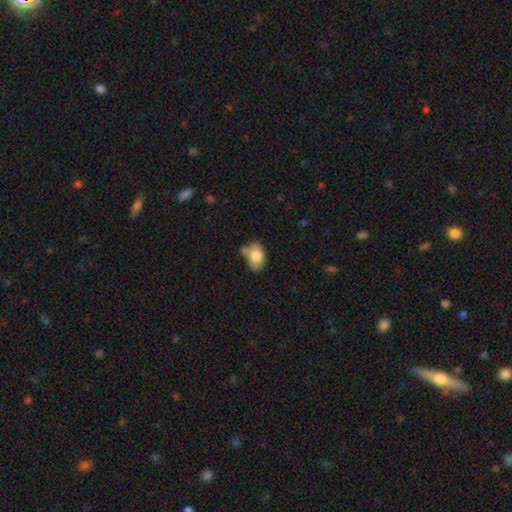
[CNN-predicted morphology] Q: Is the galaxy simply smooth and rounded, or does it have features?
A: smooth — 78%.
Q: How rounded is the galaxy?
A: in between — 82%.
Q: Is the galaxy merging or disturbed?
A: none — 49%.